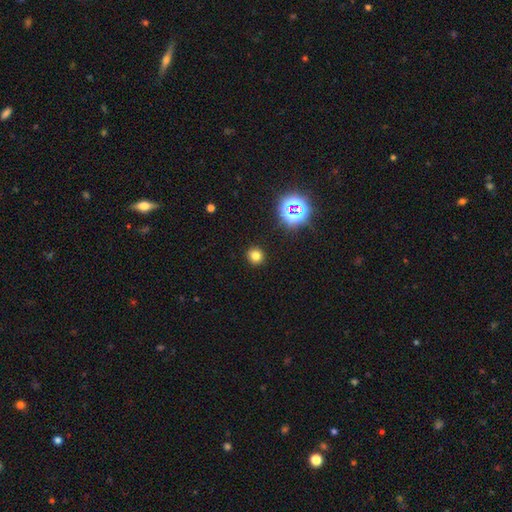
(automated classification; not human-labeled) smooth_or_featured: smooth (p=0.73) [alt: star or artifact p=0.21]
how_rounded: round (p=0.91) [alt: in between p=0.08]
merging: none (p=0.91) [alt: minor disturbance p=0.05]